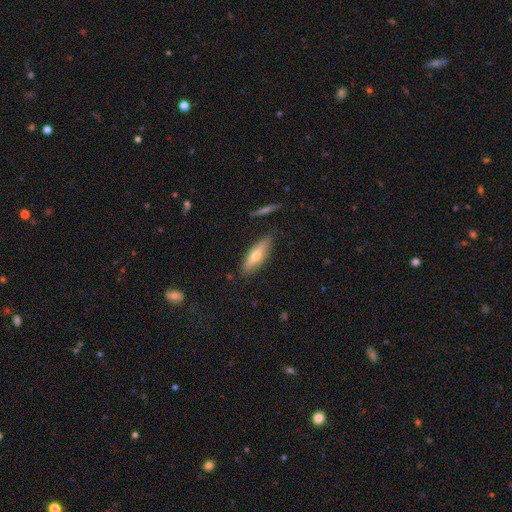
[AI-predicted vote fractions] Smooth or featured? Predicted: smooth (p=0.48). Merging? Predicted: none (p=0.84).